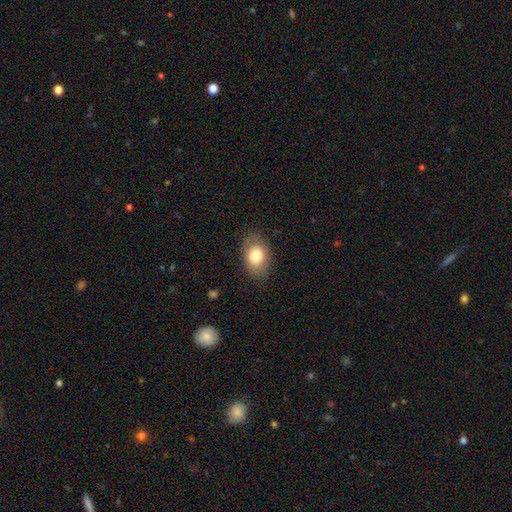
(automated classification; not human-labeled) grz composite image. It shows a smooth galaxy with no disk features (78%) that is in between round and cigar-shaped (81%). Merging: none (82%).